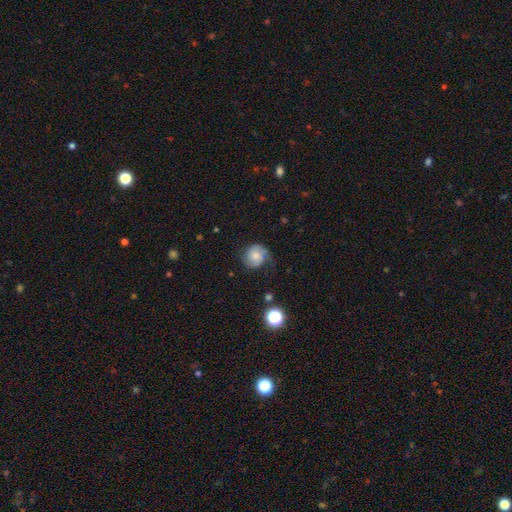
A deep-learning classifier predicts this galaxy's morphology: smooth-or-featured: smooth: 51% | featured or disk: 39% | star or artifact: 10%
  how-rounded: round: 83% | in between: 16% | cigar-shaped: 1%
  merging: none: 59% | minor disturbance: 27% | major disturbance: 12% | merger: 2%